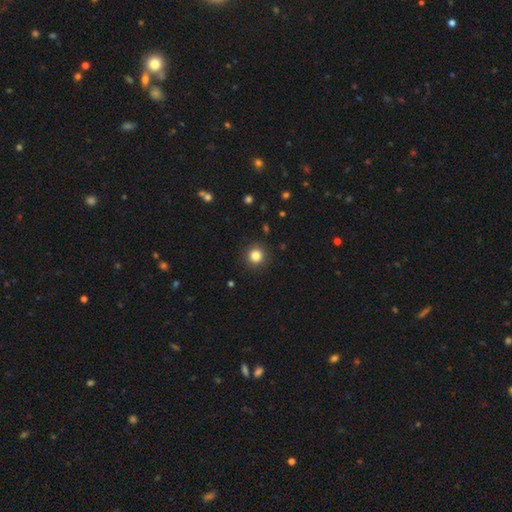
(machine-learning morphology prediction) A smooth galaxy with no disk features (83%) that is round (94%).

Vote fractions:
- Smooth or featured? smooth: 83% / star or artifact: 11% / featured or disk: 5%
- How rounded? round: 94% / in between: 5% / cigar-shaped: 1%
- Merging? none: 90% / minor disturbance: 6% / major disturbance: 2% / merger: 1%